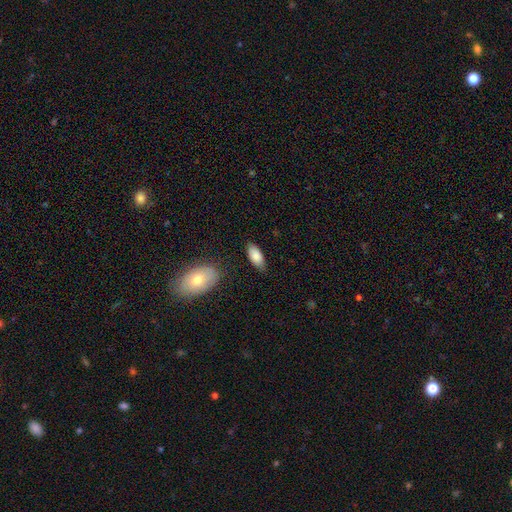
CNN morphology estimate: A smooth galaxy with no disk features (84%) that is in between round and cigar-shaped (90%).

Vote fractions:
- Smooth or featured? smooth: 84% / featured or disk: 10% / star or artifact: 6%
- How rounded? in between: 90% / cigar-shaped: 8% / round: 2%
- Merging? none: 77% / minor disturbance: 17% / major disturbance: 3% / merger: 3%